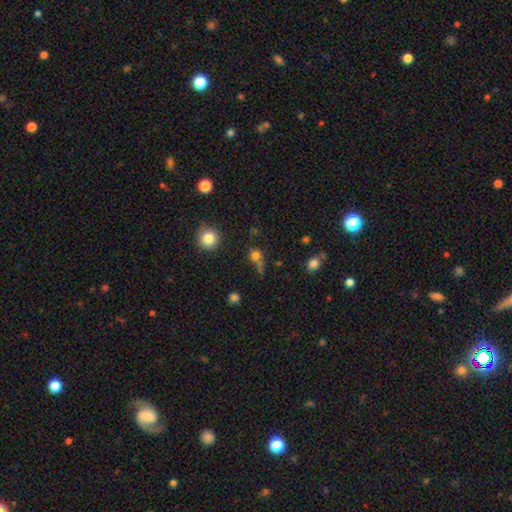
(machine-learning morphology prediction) smooth 71%, star or artifact 19%, featured or disk 10%. Down the decision tree: how rounded — round (86%); merging — none (55%).